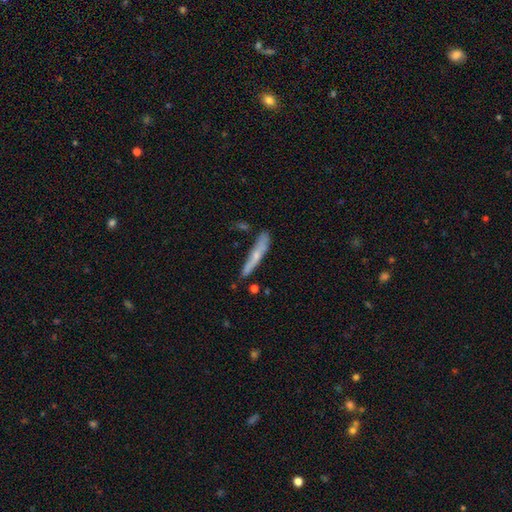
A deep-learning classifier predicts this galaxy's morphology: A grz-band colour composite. It shows a smooth galaxy with no disk features (52%) that is cigar-shaped (92%). Merging: none (67%).